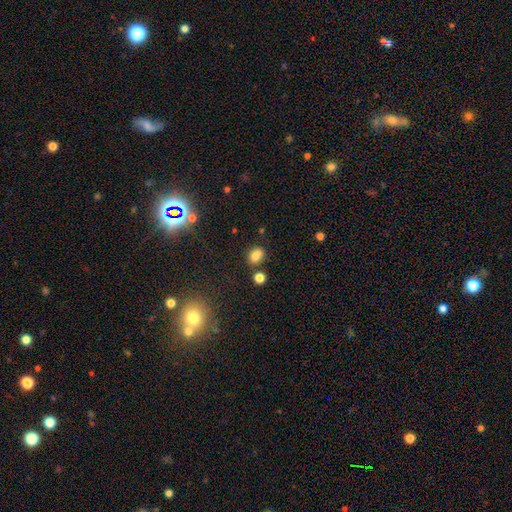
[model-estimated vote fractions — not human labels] This is likely a smooth galaxy (79%). How rounded: possibly in between (54%). Merging: likely none (73%).